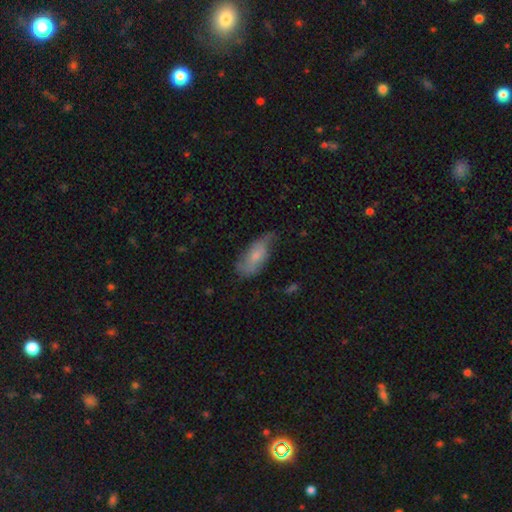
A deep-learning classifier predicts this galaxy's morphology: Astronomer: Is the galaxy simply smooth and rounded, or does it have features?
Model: smooth — 63%.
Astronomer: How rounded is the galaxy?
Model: in between — 87%.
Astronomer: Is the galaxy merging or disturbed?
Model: none — 44% (runner-up: minor disturbance, 39%).